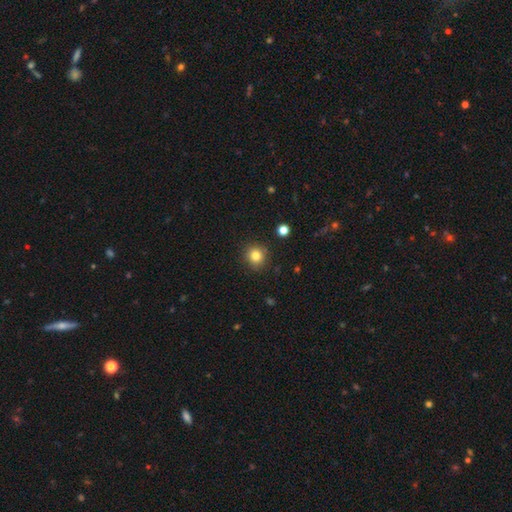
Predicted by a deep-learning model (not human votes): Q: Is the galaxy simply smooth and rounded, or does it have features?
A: smooth — 82%.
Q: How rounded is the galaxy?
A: round — 91%.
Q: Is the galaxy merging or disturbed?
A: none — 90%.